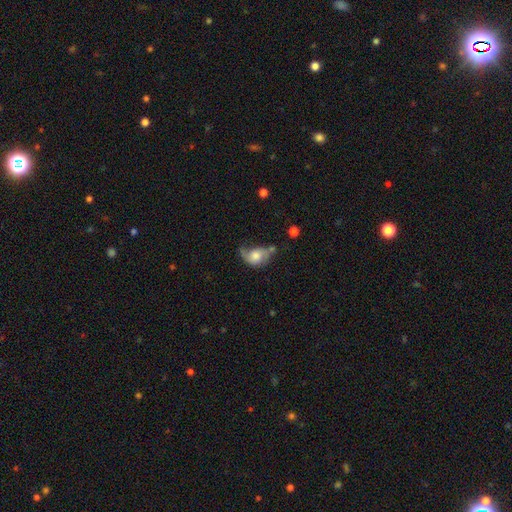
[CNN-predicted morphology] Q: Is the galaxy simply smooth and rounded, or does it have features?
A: featured or disk — 51%.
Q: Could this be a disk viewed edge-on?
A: no — 95%.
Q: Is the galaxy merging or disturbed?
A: none — 31%, tied with minor disturbance.